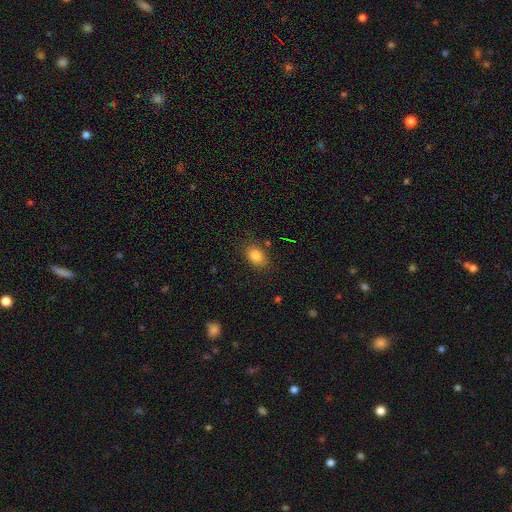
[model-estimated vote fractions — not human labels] Smooth or featured? Predicted: smooth (p=0.83). How rounded? Predicted: in between (p=0.78). Merging? Predicted: none (p=0.81).